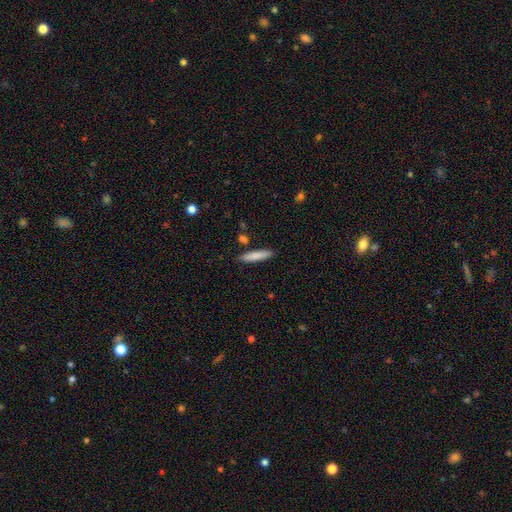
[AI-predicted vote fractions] This appears to be a smooth galaxy with no disk features (81%) that is cigar-shaped (88%). Merging: none (87%).